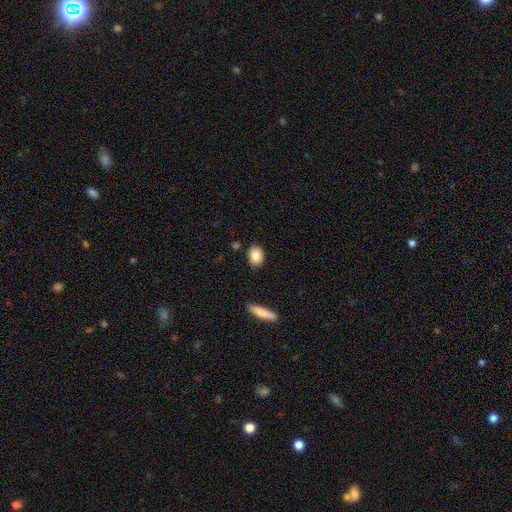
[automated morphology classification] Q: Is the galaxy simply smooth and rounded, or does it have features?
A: smooth — 85%.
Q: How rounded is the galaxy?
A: in between — 74%.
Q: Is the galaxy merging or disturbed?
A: none — 87%.